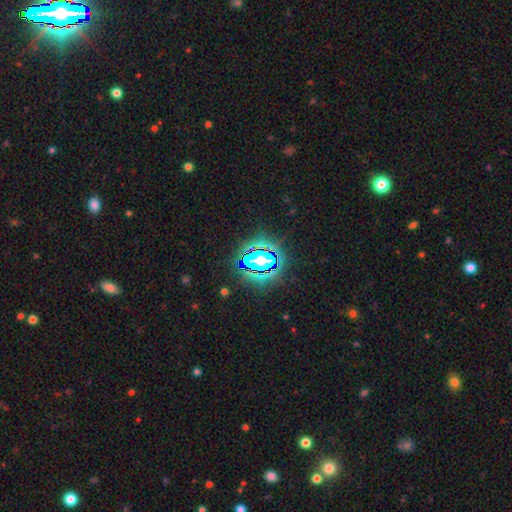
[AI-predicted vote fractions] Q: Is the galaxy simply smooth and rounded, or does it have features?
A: star or artifact — 74%.